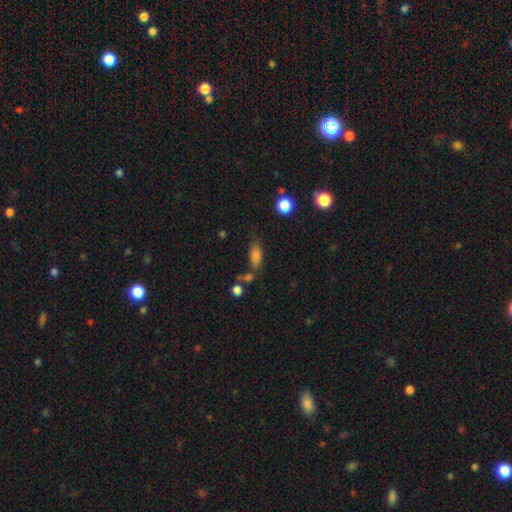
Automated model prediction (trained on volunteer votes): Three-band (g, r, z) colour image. It shows a smooth galaxy with no disk features (79%) that is in between round and cigar-shaped (76%). Merging: none (58%).